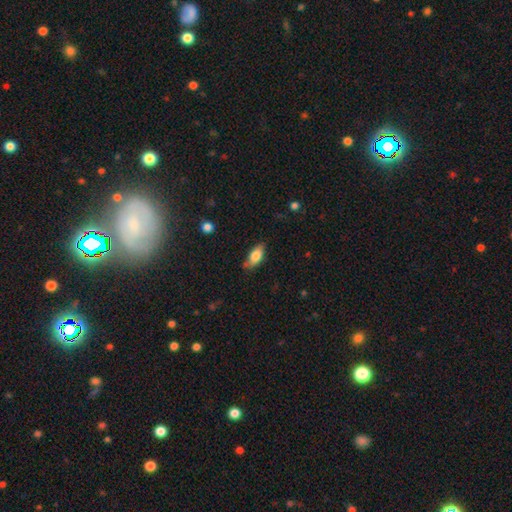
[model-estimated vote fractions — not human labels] This appears to be a smooth galaxy with no disk features (79%) that is in between round and cigar-shaped (85%). Merging: none (72%).